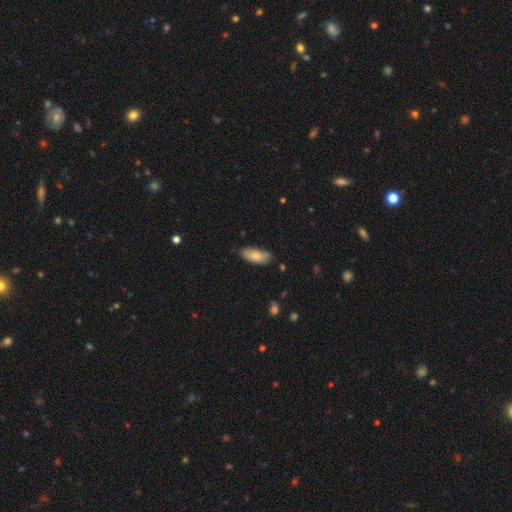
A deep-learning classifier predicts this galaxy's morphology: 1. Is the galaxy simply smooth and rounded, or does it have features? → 82% smooth, 12% featured or disk, 6% star or artifact.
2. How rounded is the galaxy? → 85% in between, 14% cigar-shaped, 2% round.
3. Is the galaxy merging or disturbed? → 79% none, 17% minor disturbance, 3% major disturbance, 2% merger.